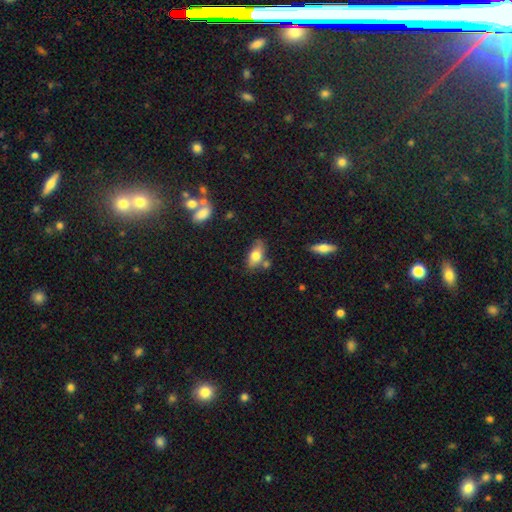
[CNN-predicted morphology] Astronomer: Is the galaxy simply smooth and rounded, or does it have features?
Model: smooth — 73%.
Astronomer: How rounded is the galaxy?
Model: in between — 85%.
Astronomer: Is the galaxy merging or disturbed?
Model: none — 61%.